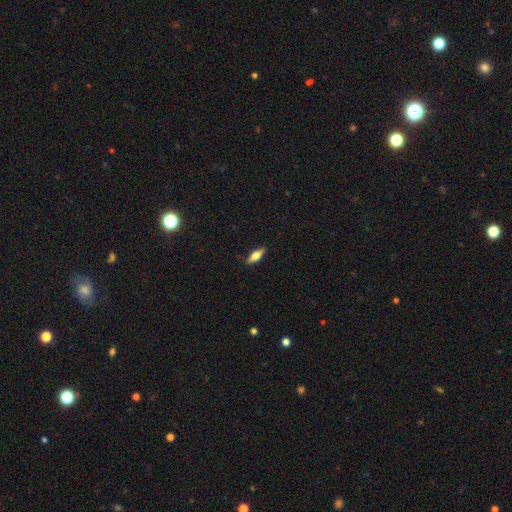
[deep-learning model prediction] Q: Smooth or featured?
A: smooth (50%); runner-up: featured or disk (43%)
Q: Merging?
A: none (88%); runner-up: minor disturbance (9%)